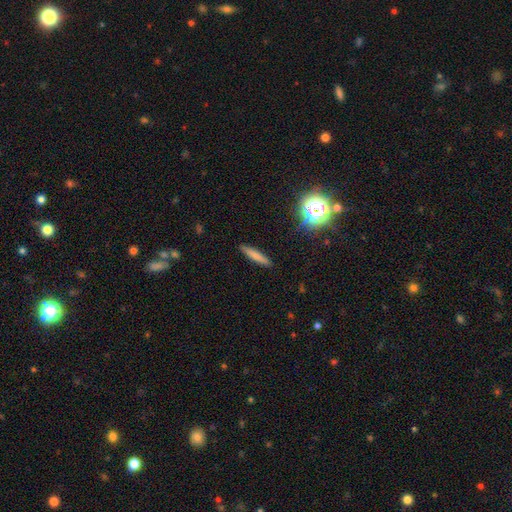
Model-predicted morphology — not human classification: smooth 72%, featured or disk 18%, star or artifact 11%. Down the decision tree: how rounded — cigar-shaped (88%); merging — none (89%).